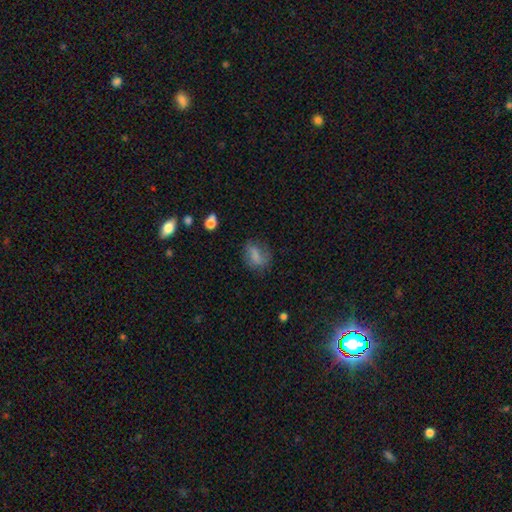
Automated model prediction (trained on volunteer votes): A smooth galaxy with no disk features (70%) that is in between round and cigar-shaped (65%). Merging: none (58%).